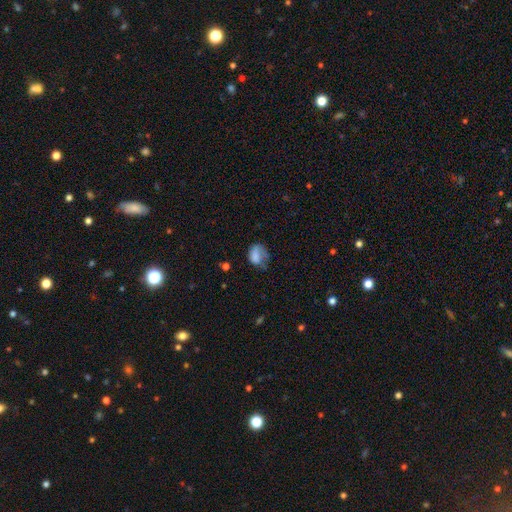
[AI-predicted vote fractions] This is likely a smooth galaxy (72%). How rounded: likely in between (69%). Merging: marginally major disturbance (36%).